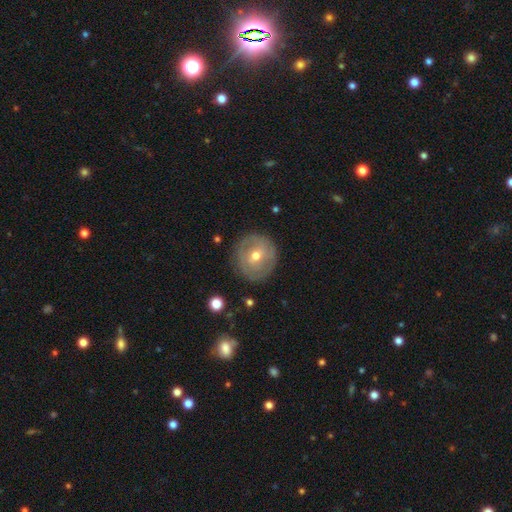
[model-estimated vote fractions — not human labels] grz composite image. It shows a featured or disk galaxy (58%) with no bar (48%), spiral arms (52%) and a moderate central bulge (63%). Merging: none (83%).